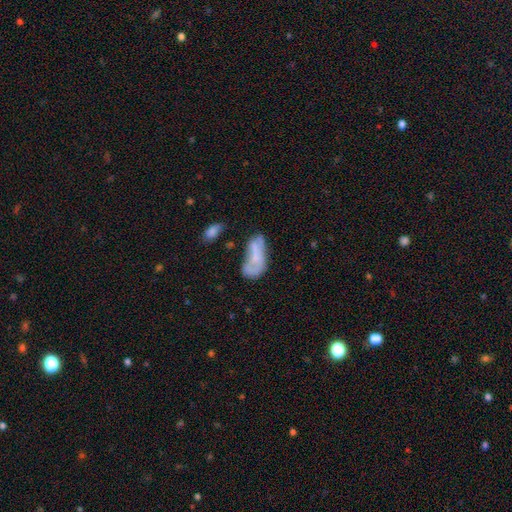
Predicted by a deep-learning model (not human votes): Smooth or featured: smooth — 51% (featured or disk — 40%)
How rounded: in between — 87% (cigar-shaped — 9%)
Merging: none — 32% (minor disturbance — 27%)